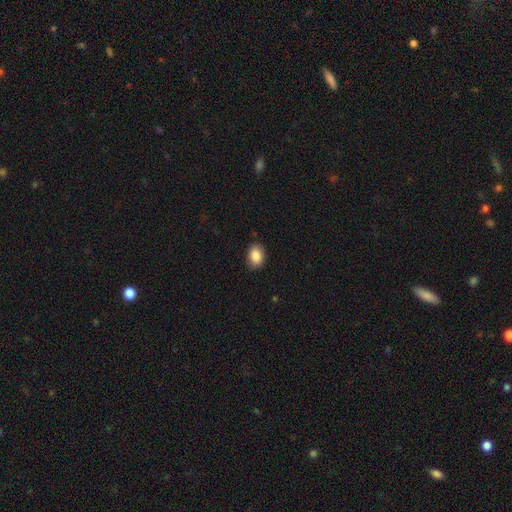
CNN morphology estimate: type=smooth (88%); roundness=in between (80%); merging=none (86%).